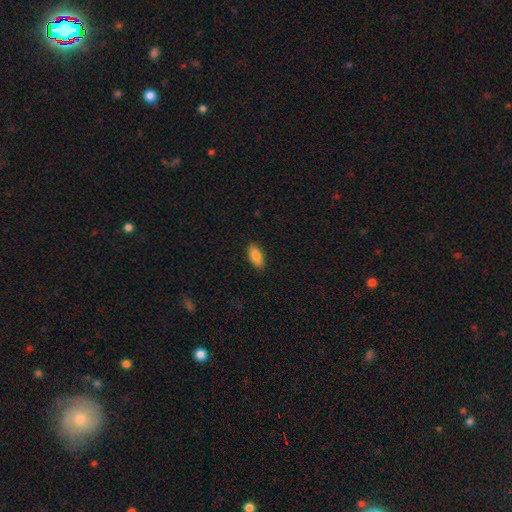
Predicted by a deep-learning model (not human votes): Smooth or featured? smooth (84%)
How rounded? in between (84%)
Merging? none (89%)